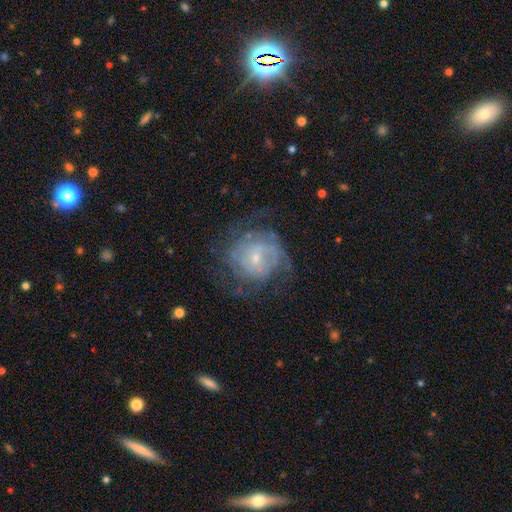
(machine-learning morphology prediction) A featured or disk galaxy (72%) with no bar (60%), tight (61%) spiral arms (87%) and a small central bulge (69%).

Vote fractions:
- Smooth or featured? featured or disk: 72% / smooth: 16% / star or artifact: 12%
- Edge-on disk? no: 97% / yes: 3%
- Bar? no: 60% / weak: 32% / strong: 8%
- Spiral arms? yes: 87% / no: 13%
- Spiral winding? tight: 61% / medium: 29% / loose: 10%
- Spiral arm count? can't tell: 48% / 2: 19% / 3: 13% / 4: 8% / 1: 6% / more than 4: 5%
- Bulge size? small: 69% / moderate: 26% / none: 3% / large: 2% / dominant: 1%
- Merging? none: 68% / minor disturbance: 17% / major disturbance: 13% / merger: 1%